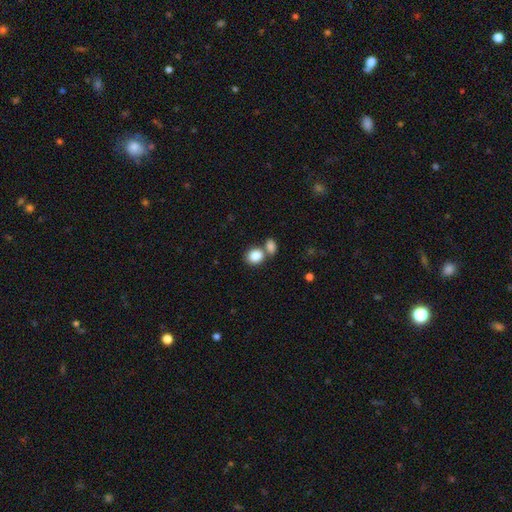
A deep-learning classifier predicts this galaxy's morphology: Smooth or featured? Predicted: smooth (p=0.85). How rounded? Predicted: round (p=0.61). Merging? Predicted: none (p=0.49).